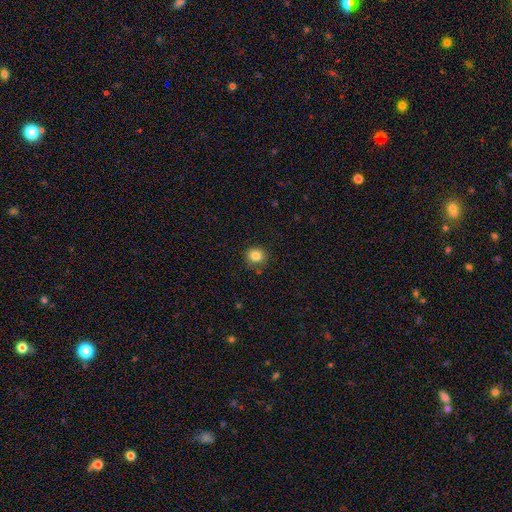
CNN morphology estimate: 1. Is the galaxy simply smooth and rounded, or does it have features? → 85% smooth, 11% star or artifact, 4% featured or disk.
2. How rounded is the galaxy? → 89% round, 10% in between, 1% cigar-shaped.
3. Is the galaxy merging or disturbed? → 85% none, 10% minor disturbance, 3% major disturbance, 2% merger.